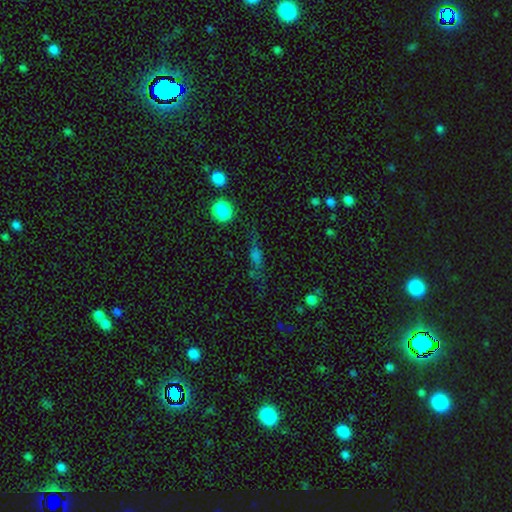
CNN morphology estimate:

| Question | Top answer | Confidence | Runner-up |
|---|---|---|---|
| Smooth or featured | smooth | 55% | star or artifact (25%) |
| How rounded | in between | 41% | cigar-shaped (39%) |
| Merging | none | 67% | minor disturbance (17%) |